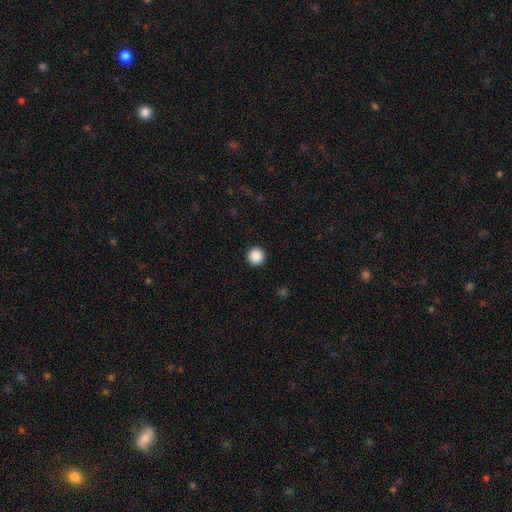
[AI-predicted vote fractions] Smooth or featured? smooth (89%)
How rounded? round (96%)
Merging? none (93%)